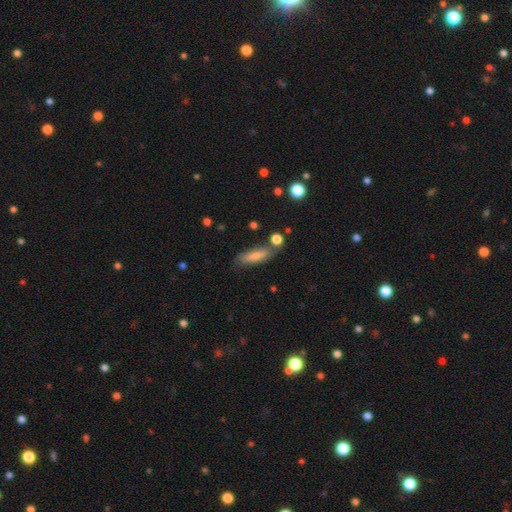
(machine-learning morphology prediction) smooth-or-featured: smooth: 78% | featured or disk: 15% | star or artifact: 7%
  how-rounded: cigar-shaped: 53% | in between: 45% | round: 2%
  merging: none: 68% | minor disturbance: 18% | merger: 9% | major disturbance: 5%